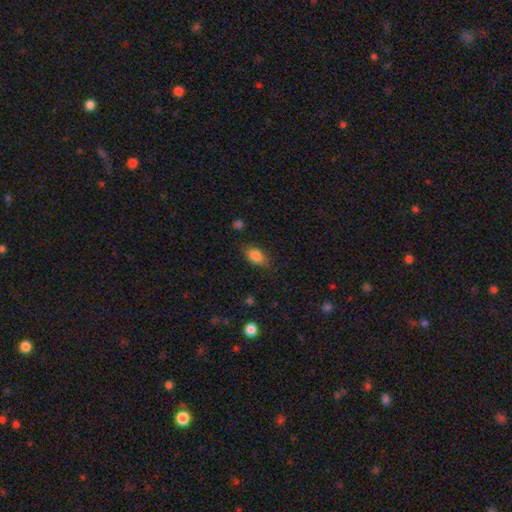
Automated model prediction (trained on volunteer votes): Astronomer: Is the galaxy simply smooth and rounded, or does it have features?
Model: smooth — 83%.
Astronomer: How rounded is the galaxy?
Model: in between — 85%.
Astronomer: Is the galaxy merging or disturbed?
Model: none — 78%.